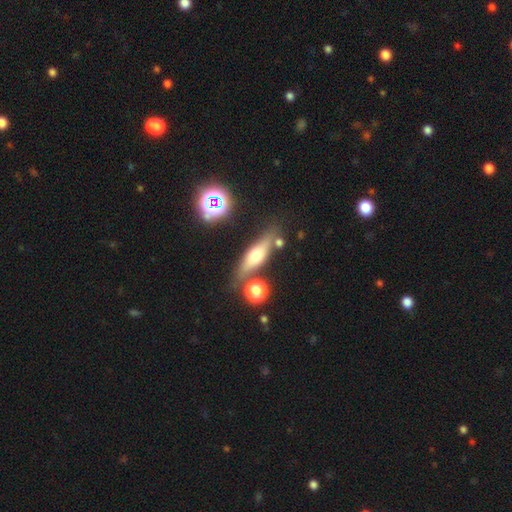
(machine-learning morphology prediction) Smooth or featured? featured or disk (46%)
Merging? none (73%)